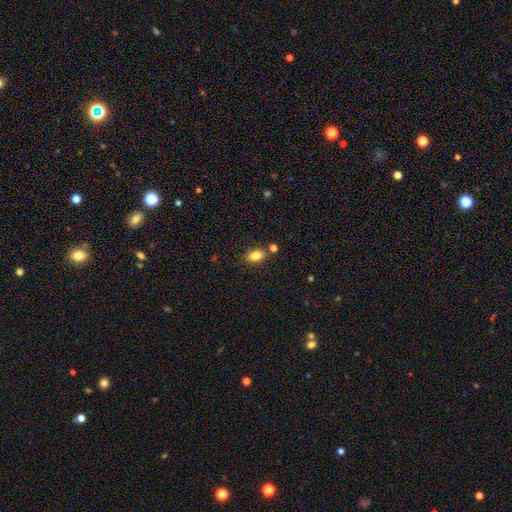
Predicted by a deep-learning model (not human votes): The model was most divided on "merging": none: 77%, minor disturbance: 12%, merger: 9%, major disturbance: 3%. More confident: how rounded — in between (87%); smooth or featured — smooth (83%).